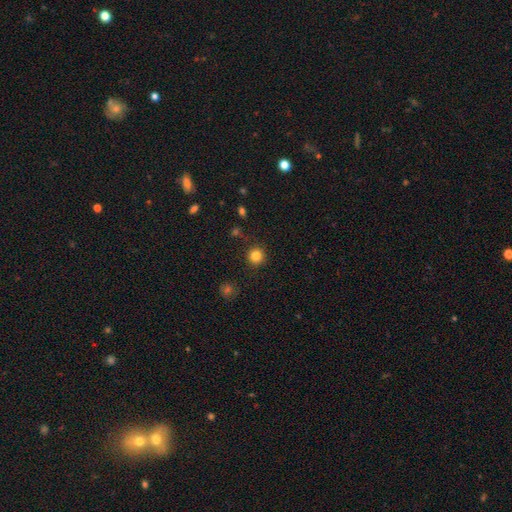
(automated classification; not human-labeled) smooth_or_featured: smooth (p=0.83) [alt: star or artifact p=0.12]
how_rounded: round (p=0.94) [alt: in between p=0.05]
merging: none (p=0.90) [alt: minor disturbance p=0.06]